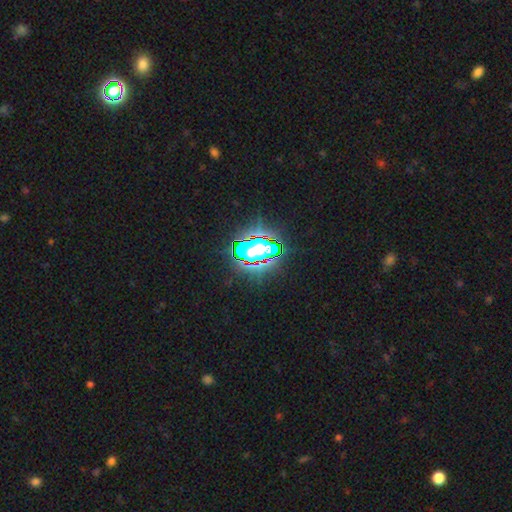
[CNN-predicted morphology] This appears to be a star or artifact, not a galaxy (64%).